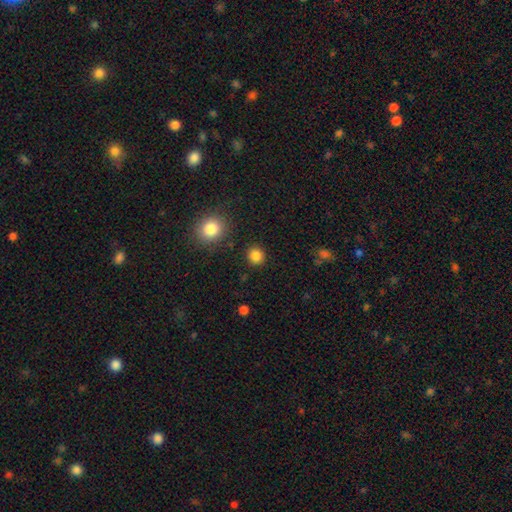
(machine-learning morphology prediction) Smooth or featured? smooth (85%)
How rounded? round (89%)
Merging? none (90%)